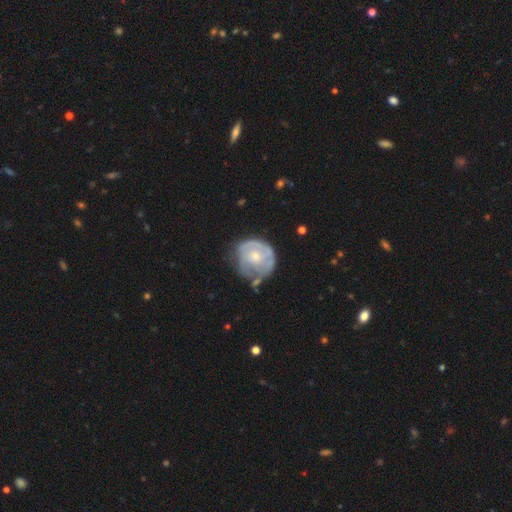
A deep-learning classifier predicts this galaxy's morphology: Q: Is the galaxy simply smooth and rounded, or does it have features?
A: featured or disk — 66%.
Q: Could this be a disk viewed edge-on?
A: no — 98%.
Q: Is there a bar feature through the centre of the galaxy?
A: no — 80%.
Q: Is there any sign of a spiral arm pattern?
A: yes — 68%.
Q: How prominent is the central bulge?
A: small — 49%.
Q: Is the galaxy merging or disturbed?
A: none — 55%.